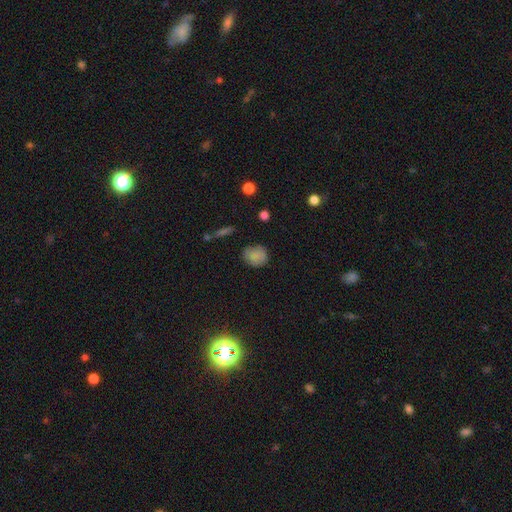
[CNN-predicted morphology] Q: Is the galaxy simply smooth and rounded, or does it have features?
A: smooth — 82%.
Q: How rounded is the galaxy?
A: round — 73%.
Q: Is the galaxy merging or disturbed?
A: none — 78%.